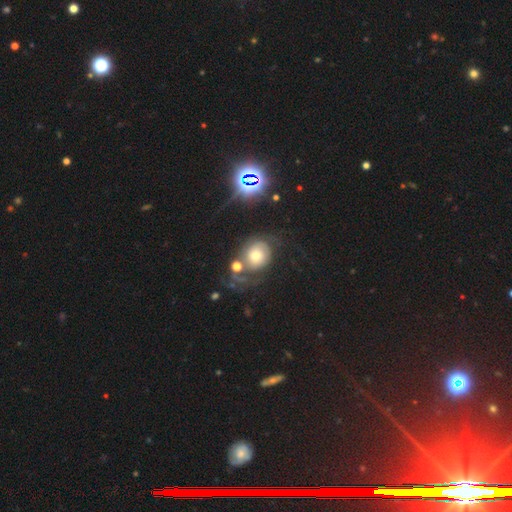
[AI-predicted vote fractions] smooth_or_featured: smooth (p=0.43) [alt: featured or disk p=0.40]
merging: none (p=0.43) [alt: major disturbance p=0.25]